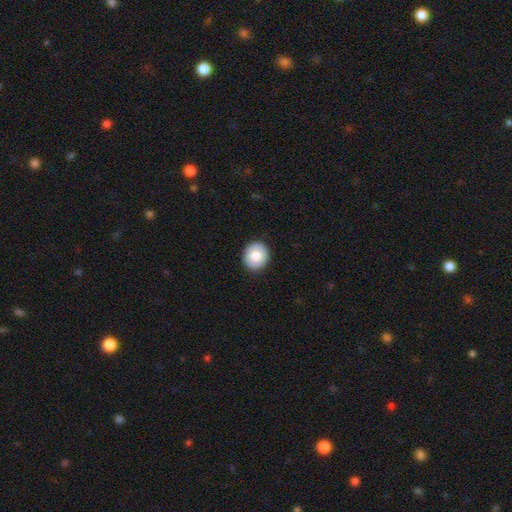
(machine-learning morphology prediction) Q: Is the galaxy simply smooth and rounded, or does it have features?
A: smooth — 78%.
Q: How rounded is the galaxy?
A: round — 84%.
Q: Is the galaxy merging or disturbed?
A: none — 91%.